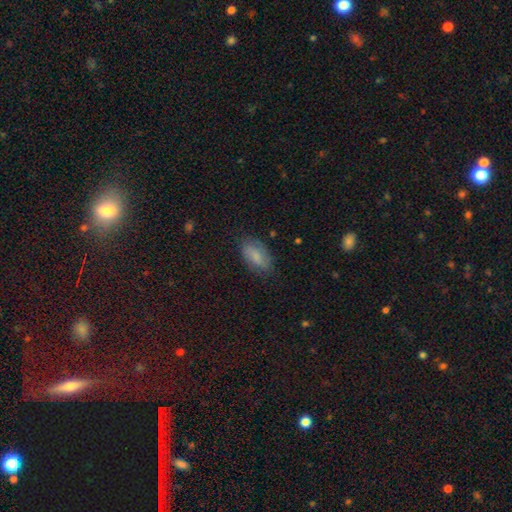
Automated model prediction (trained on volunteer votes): Q: Smooth or featured?
A: smooth (73%); runner-up: featured or disk (20%)
Q: How rounded?
A: in between (91%); runner-up: cigar-shaped (5%)
Q: Merging?
A: none (79%); runner-up: minor disturbance (16%)